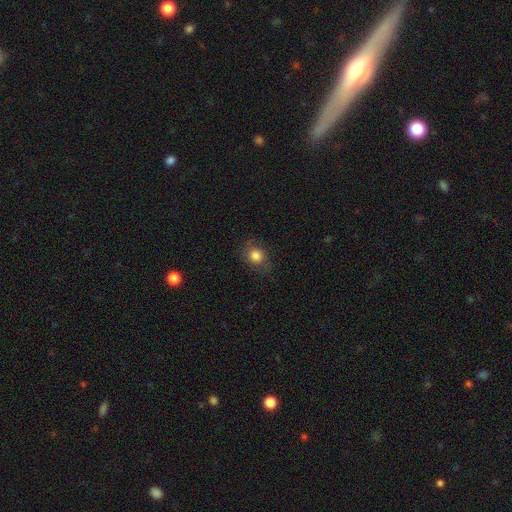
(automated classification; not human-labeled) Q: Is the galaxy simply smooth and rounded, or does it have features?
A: smooth — 78%.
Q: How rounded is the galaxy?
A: round — 69%.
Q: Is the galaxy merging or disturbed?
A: none — 74%.